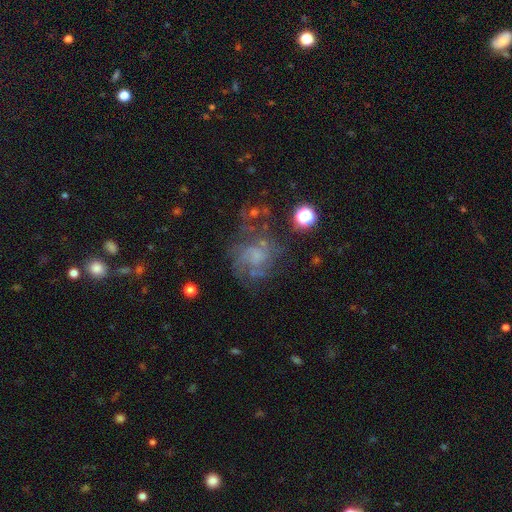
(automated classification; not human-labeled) Smooth or featured?
  - featured or disk: 62% *
  - smooth: 21%
  - star or artifact: 17%
Edge-on disk?
  - no: 98% *
  - yes: 2%
Bar?
  - no: 78% *
  - weak: 19%
  - strong: 3%
Spiral arms?
  - yes: 73% *
  - no: 27%
Bulge size?
  - none: 49% *
  - small: 27%
  - moderate: 17%
  - large: 5%
  - dominant: 2%
Merging?
  - none: 51% *
  - major disturbance: 24%
  - minor disturbance: 19%
  - merger: 6%